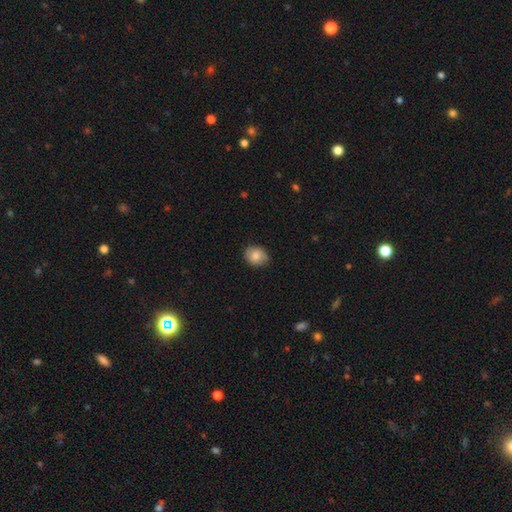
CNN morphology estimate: A smooth galaxy with no disk features (80%) that is round (52%). Merging: none (83%).